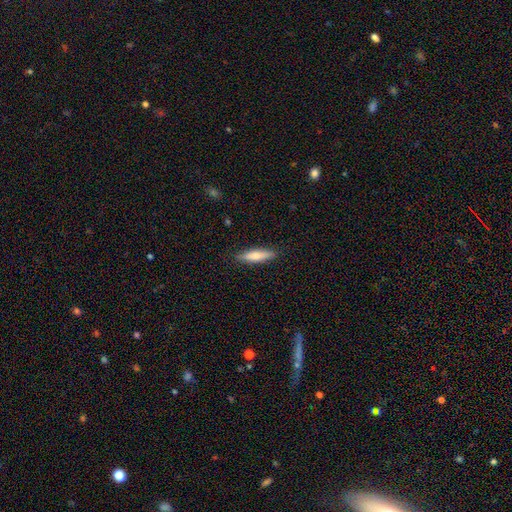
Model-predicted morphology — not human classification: Smooth or featured? Predicted: smooth (p=0.65). How rounded? Predicted: cigar-shaped (p=0.77). Merging? Predicted: none (p=0.89).